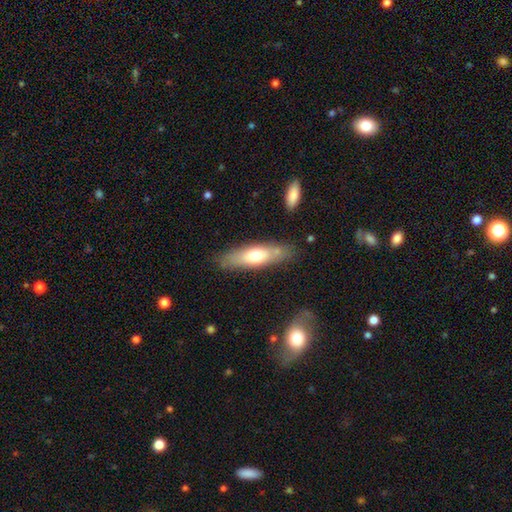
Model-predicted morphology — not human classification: Overall: smooth (61%; featured or disk 33%). How rounded: cigar-shaped (55%; in between 43%). Merging: none (80%).